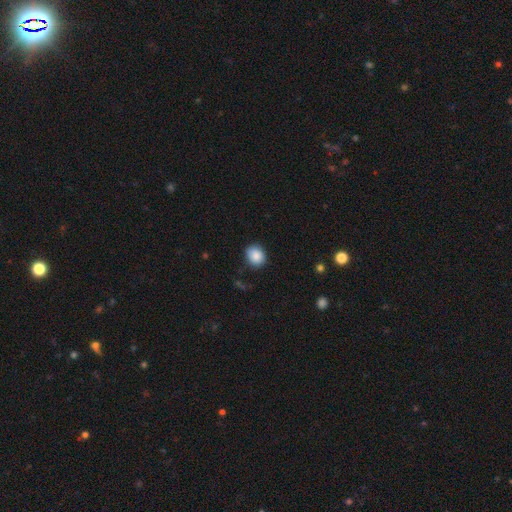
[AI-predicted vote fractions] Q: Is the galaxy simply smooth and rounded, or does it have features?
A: smooth — 88%.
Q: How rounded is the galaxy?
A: round — 65%.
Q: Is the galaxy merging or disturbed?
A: none — 82%.